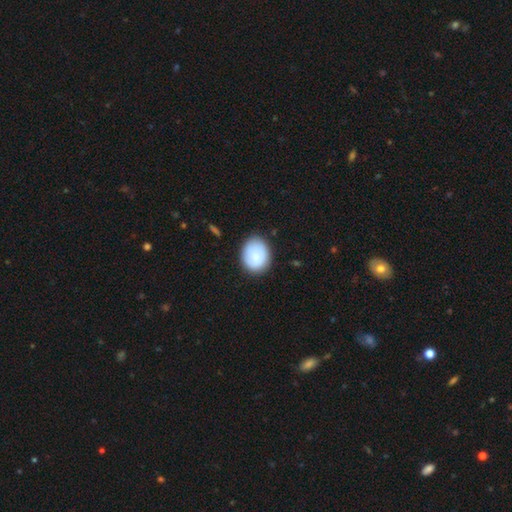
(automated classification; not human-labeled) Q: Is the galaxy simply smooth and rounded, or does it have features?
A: smooth — 84%.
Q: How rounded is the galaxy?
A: round — 56%.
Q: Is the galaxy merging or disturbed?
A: none — 82%.